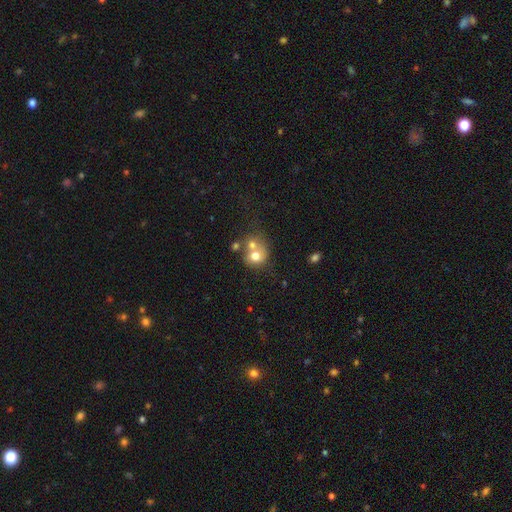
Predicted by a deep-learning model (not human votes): smooth-or-featured: smooth: 68% | featured or disk: 21% | star or artifact: 12%
  how-rounded: round: 72% | in between: 27% | cigar-shaped: 1%
  merging: merger: 56% | none: 30% | minor disturbance: 9% | major disturbance: 6%